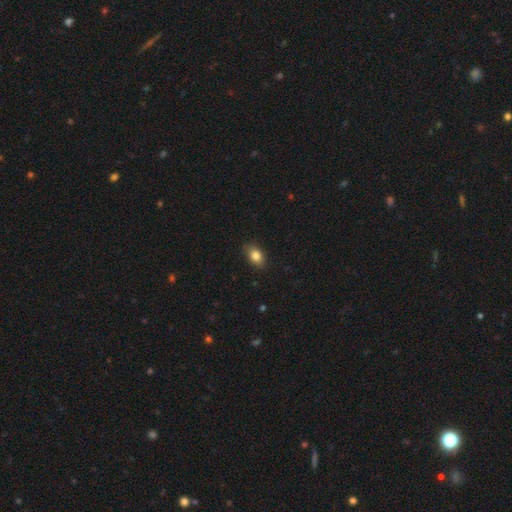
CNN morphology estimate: A smooth galaxy with no disk features (84%) that is in between round and cigar-shaped (83%).

Vote fractions:
- Smooth or featured? smooth: 84% / star or artifact: 8% / featured or disk: 8%
- How rounded? in between: 83% / round: 15% / cigar-shaped: 2%
- Merging? none: 83% / minor disturbance: 14% / major disturbance: 2% / merger: 1%